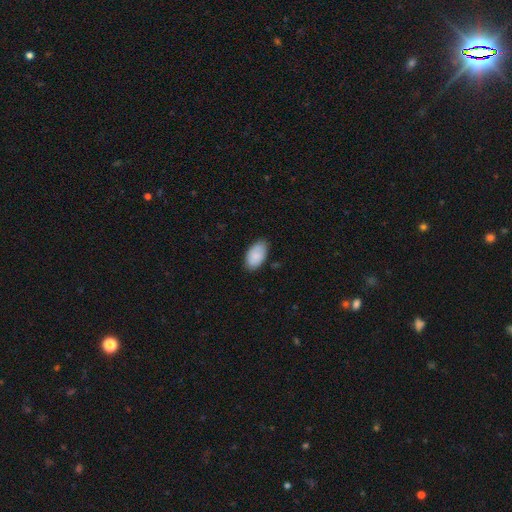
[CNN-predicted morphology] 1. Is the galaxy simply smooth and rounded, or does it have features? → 85% smooth, 8% featured or disk, 6% star or artifact.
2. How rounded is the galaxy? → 95% in between, 4% round, 1% cigar-shaped.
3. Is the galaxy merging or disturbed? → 79% none, 17% minor disturbance, 3% major disturbance, 1% merger.